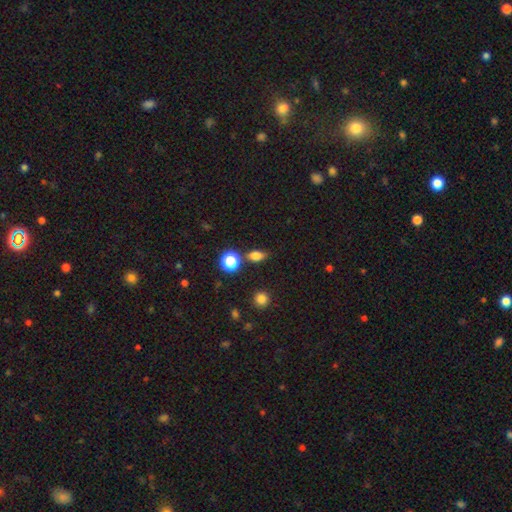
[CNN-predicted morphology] Overall: smooth (75%). How rounded: in between (70%). Merging: none (75%).